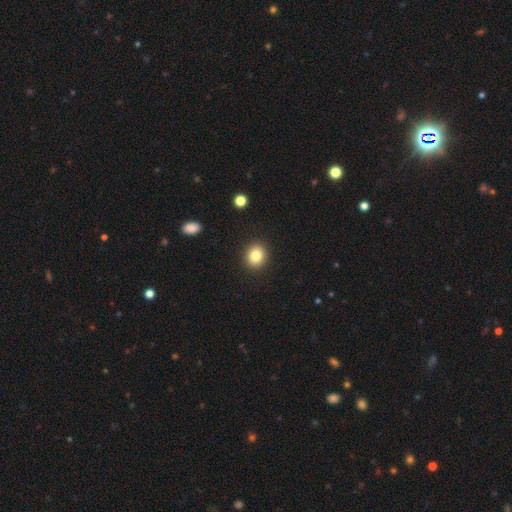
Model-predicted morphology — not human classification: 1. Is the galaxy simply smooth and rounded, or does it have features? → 83% smooth, 10% star or artifact, 7% featured or disk.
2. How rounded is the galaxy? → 72% round, 28% in between, 1% cigar-shaped.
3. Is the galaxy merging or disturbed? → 91% none, 6% minor disturbance, 2% major disturbance, 1% merger.